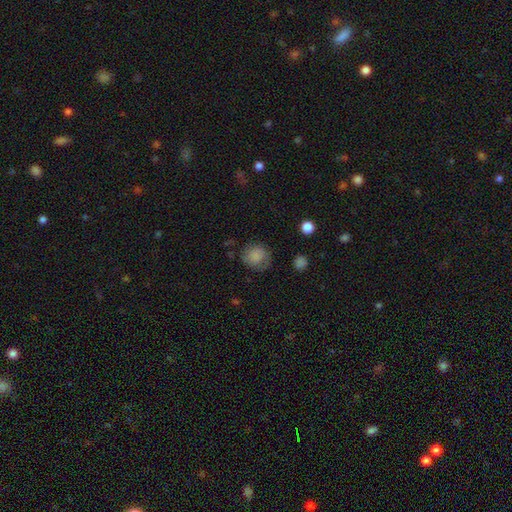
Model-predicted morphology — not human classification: Smooth or featured?
  - smooth: 76% *
  - featured or disk: 13%
  - star or artifact: 10%
How rounded?
  - round: 80% *
  - in between: 19%
  - cigar-shaped: 1%
Merging?
  - none: 64% *
  - minor disturbance: 23%
  - major disturbance: 11%
  - merger: 2%